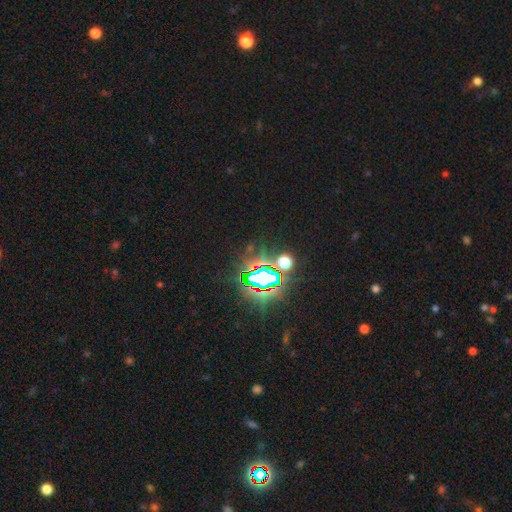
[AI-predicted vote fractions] Smooth or featured?
  - star or artifact: 85% *
  - smooth: 9%
  - featured or disk: 6%